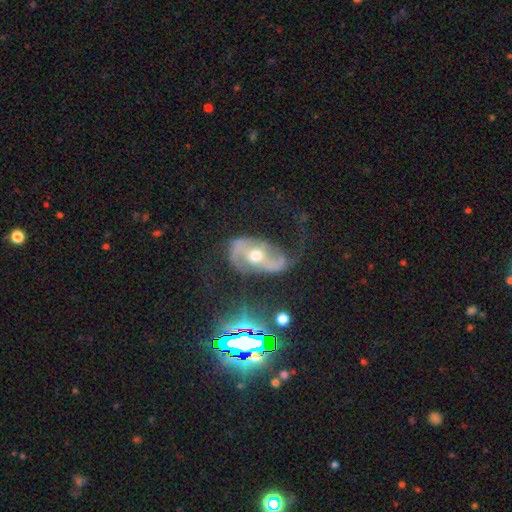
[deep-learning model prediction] Q: Smooth or featured?
A: featured or disk (81%); runner-up: star or artifact (10%)
Q: Edge-on disk?
A: no (95%); runner-up: yes (5%)
Q: Bar?
A: no (36%); runner-up: strong (34%)
Q: Spiral arms?
A: yes (90%); runner-up: no (10%)
Q: Spiral winding?
A: loose (53%); runner-up: medium (35%)
Q: Spiral arm count?
A: 2 (86%); runner-up: can't tell (5%)
Q: Bulge size?
A: moderate (74%); runner-up: small (17%)
Q: Merging?
A: none (50%); runner-up: major disturbance (24%)